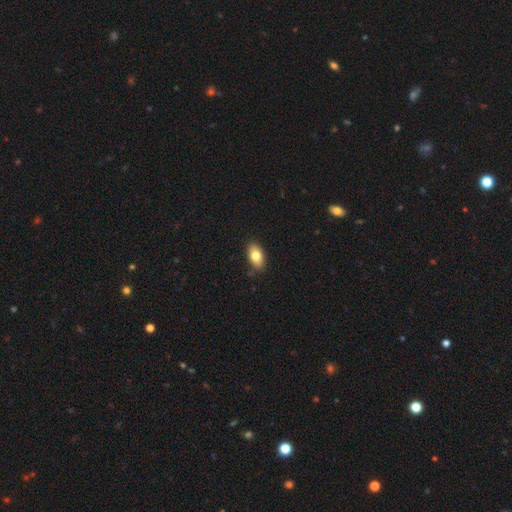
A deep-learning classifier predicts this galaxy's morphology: This appears to be a smooth galaxy with no disk features (79%) that is in between round and cigar-shaped (91%). Merging: none (87%).